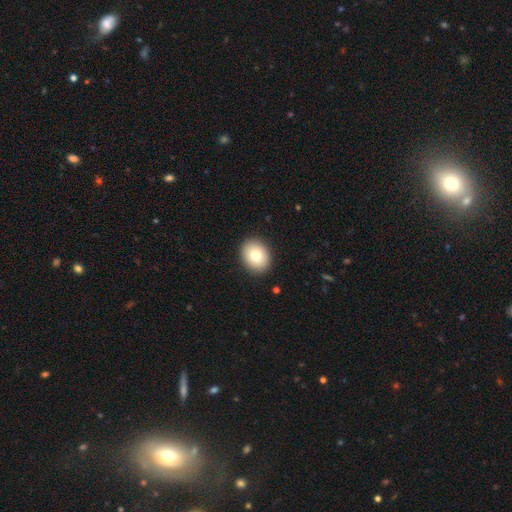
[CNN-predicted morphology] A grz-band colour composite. It shows a smooth galaxy with no disk features (79%) that is round (57%). Merging: none (91%).